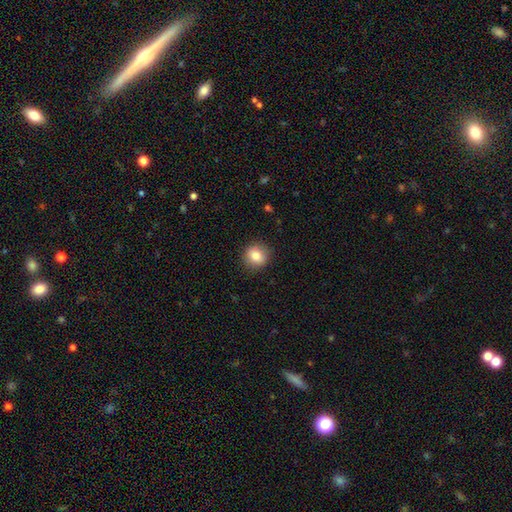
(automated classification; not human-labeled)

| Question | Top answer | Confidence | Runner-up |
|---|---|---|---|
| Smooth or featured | smooth | 83% | star or artifact (9%) |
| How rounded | round | 86% | in between (13%) |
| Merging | none | 88% | minor disturbance (8%) |